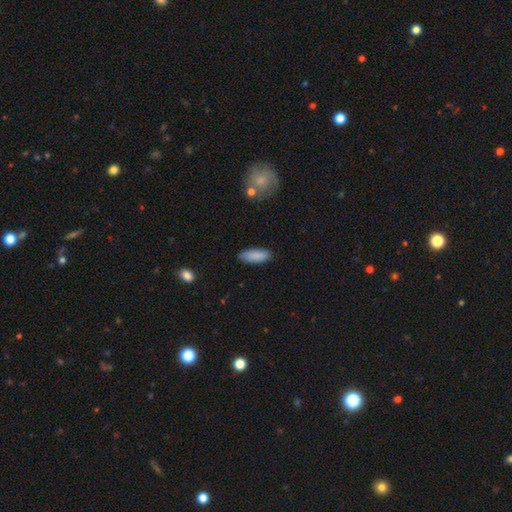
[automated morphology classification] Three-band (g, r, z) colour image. It shows a smooth galaxy with no disk features (88%) that is in between round and cigar-shaped (74%). Merging: none (86%).